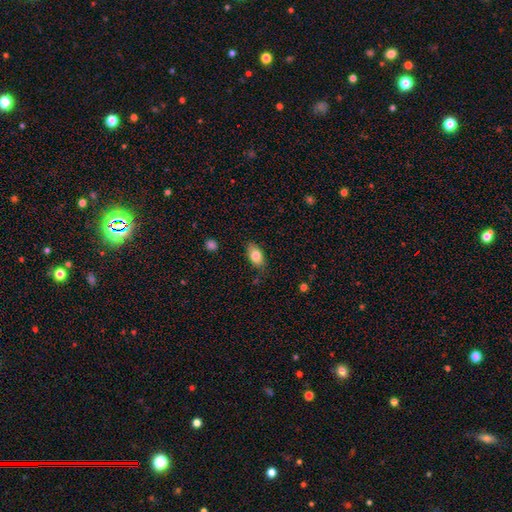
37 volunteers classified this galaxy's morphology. type=smooth (86%); roundness=in between (91%); merging=none (74%).